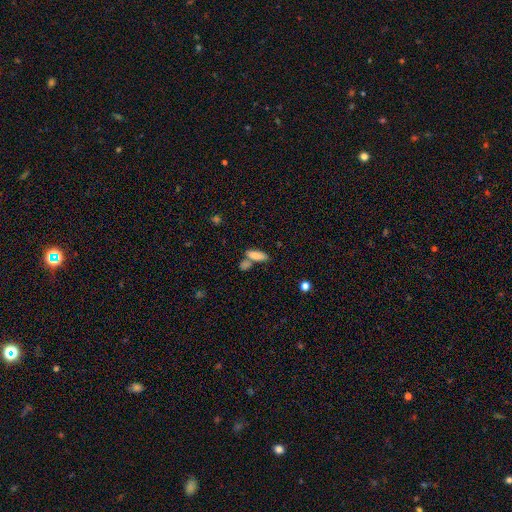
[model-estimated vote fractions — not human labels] smooth_or_featured: smooth (p=0.83) [alt: featured or disk p=0.09]
how_rounded: in between (p=0.68) [alt: cigar-shaped p=0.29]
merging: none (p=0.46) [alt: merger p=0.38]